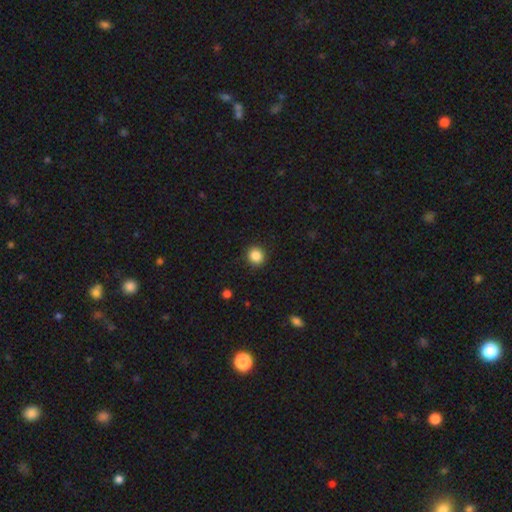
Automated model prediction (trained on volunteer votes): smooth_or_featured: smooth (p=0.87) [alt: star or artifact p=0.10]
how_rounded: round (p=0.86) [alt: in between p=0.13]
merging: none (p=0.91) [alt: minor disturbance p=0.06]